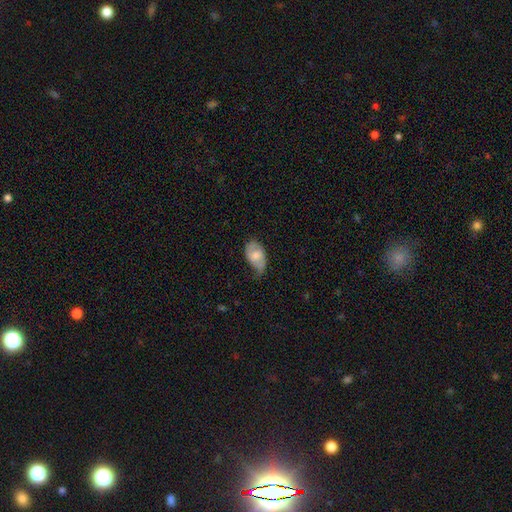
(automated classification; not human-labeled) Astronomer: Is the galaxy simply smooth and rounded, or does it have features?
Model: smooth — 61%.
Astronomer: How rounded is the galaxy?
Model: in between — 91%.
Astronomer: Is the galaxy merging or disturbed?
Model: minor disturbance — 44% (runner-up: none, 37%).